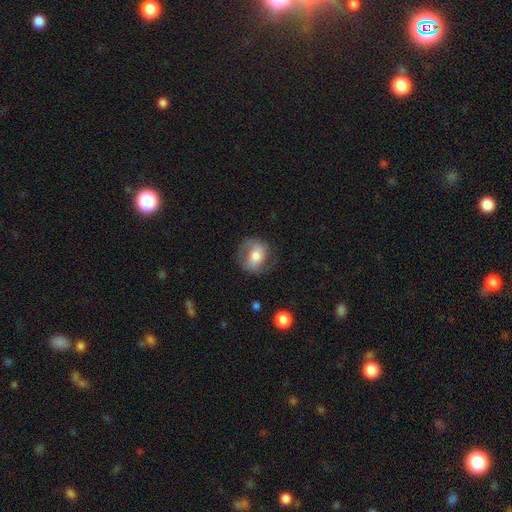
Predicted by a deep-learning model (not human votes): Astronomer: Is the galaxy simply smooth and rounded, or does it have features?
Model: featured or disk — 53% (runner-up: smooth, 40%).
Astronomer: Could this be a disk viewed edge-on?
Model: no — 96%.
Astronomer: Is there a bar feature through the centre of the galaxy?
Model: no — 38% (runner-up: weak, 37%).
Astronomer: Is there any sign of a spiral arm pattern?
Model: yes — 73%.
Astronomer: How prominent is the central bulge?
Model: moderate — 64%.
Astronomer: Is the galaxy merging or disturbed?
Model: none — 68%.